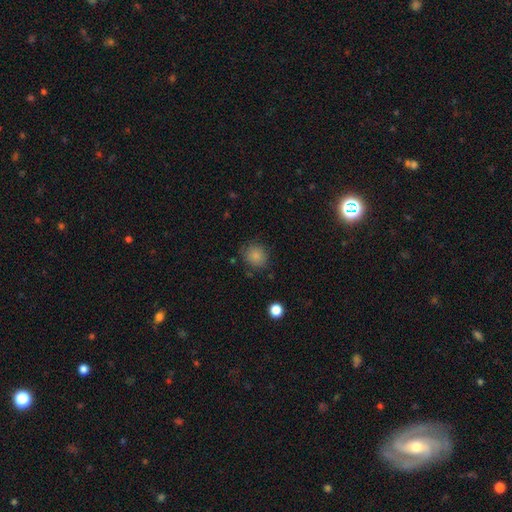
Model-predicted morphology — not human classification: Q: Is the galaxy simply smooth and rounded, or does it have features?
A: smooth — 85%.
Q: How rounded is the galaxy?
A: round — 81%.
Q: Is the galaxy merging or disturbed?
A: none — 80%.